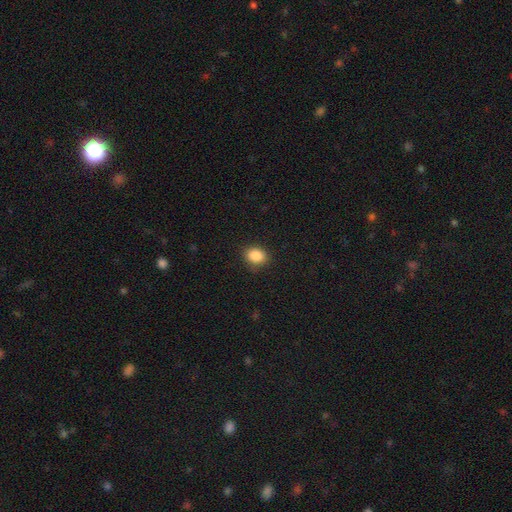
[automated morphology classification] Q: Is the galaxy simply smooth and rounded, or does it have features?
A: smooth — 88%.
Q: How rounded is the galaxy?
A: in between — 57%.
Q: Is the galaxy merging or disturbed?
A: none — 86%.